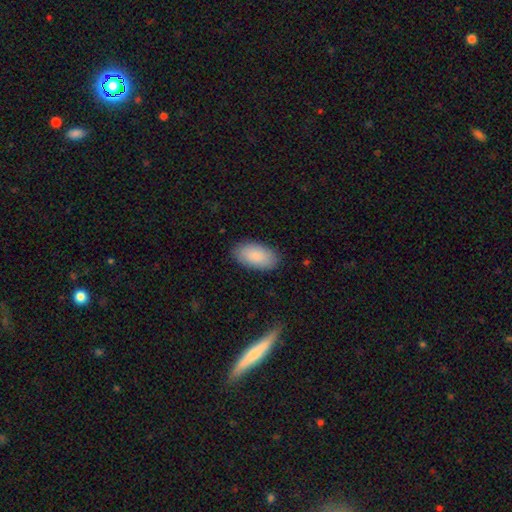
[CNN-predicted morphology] smooth_or_featured: smooth (p=0.87) [alt: featured or disk p=0.07]
how_rounded: in between (p=0.95) [alt: round p=0.02]
merging: none (p=0.87) [alt: minor disturbance p=0.10]